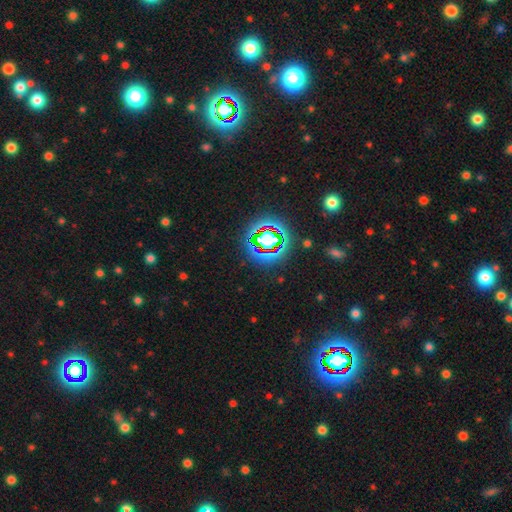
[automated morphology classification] This is clearly a star or artifact rather than a galaxy (81%).